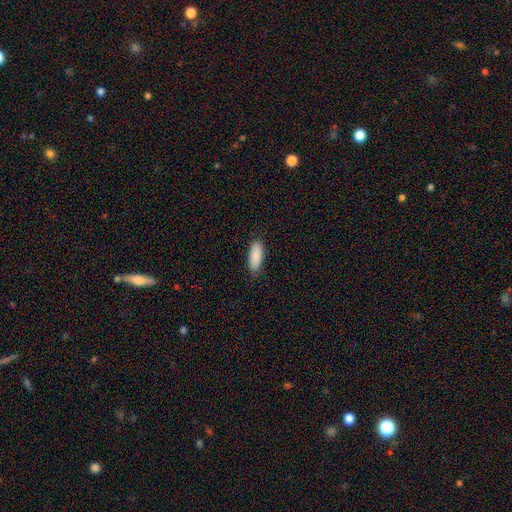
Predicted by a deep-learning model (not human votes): Morphology: type=smooth (90%); roundness=in between (71%); merging=none (88%).